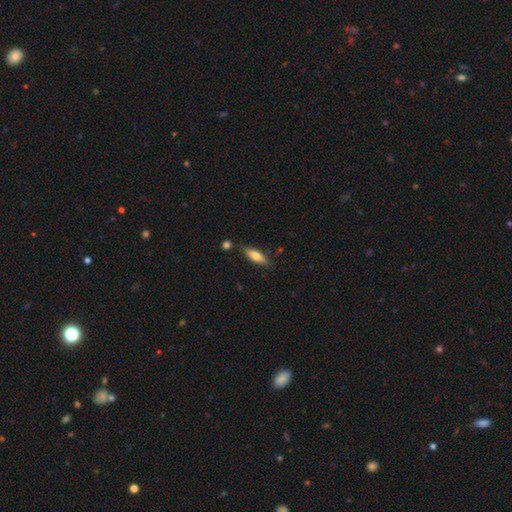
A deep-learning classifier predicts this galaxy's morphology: This is likely a smooth galaxy (68%). How rounded: possibly in between (51%). Merging: likely none (80%).